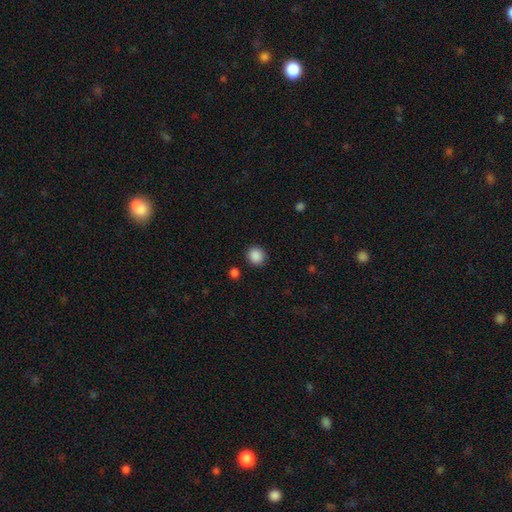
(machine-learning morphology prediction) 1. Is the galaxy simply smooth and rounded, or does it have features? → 88% smooth, 9% star or artifact, 3% featured or disk.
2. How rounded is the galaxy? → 89% round, 10% in between, 1% cigar-shaped.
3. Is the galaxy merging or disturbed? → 88% none, 7% minor disturbance, 2% major disturbance, 2% merger.